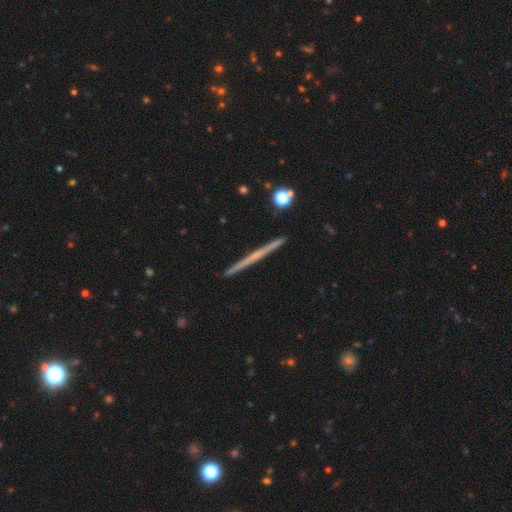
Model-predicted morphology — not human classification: Smooth or featured: featured or disk — 66% (smooth — 28%)
Edge-on disk: yes — 98% (no — 2%)
Edge-on bulge: none — 76% (rounded — 19%)
Merging: none — 93% (minor disturbance — 5%)